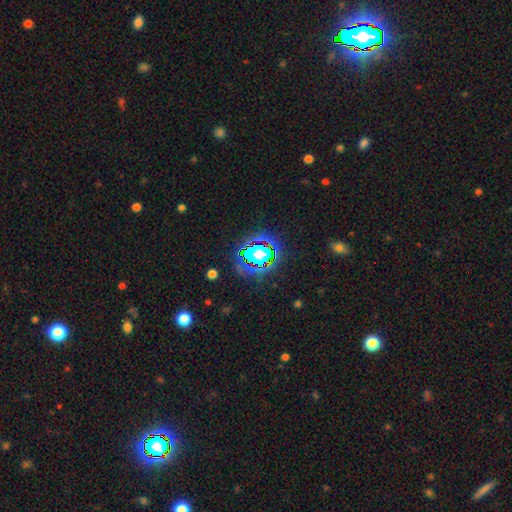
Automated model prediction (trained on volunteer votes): This appears to be a star or artifact, not a galaxy (75%).